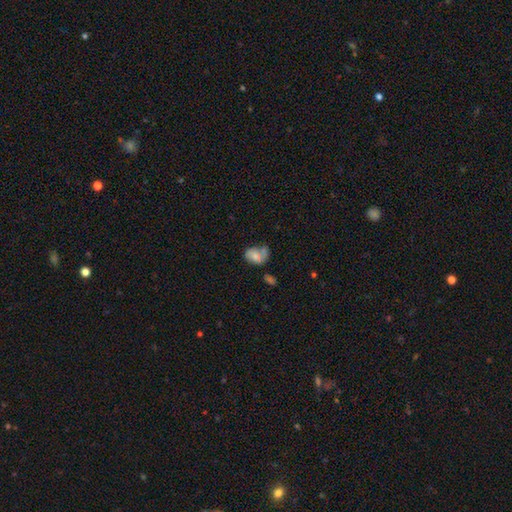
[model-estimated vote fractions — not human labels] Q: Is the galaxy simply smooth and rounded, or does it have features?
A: smooth — 56%.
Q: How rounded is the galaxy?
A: in between — 72%.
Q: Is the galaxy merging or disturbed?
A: none — 35%.